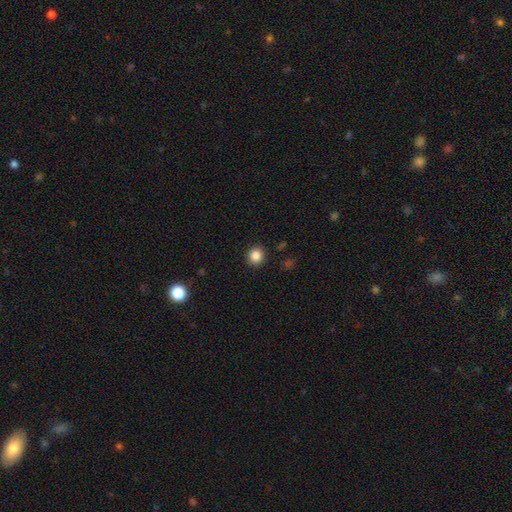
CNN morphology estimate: smooth 86%, star or artifact 11%, featured or disk 3%. Down the decision tree: how rounded — round (88%); merging — none (91%).